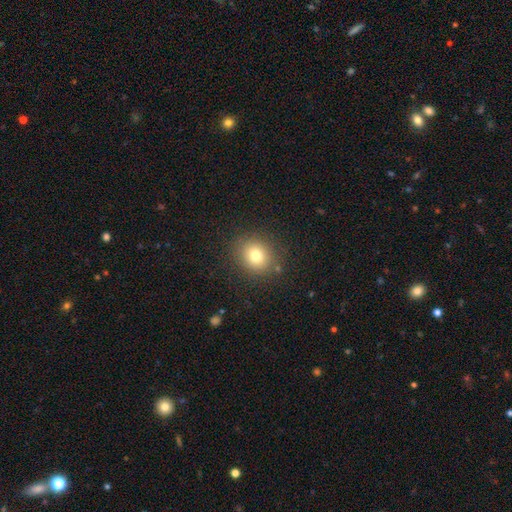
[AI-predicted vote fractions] Morphology: type=smooth (77%); roundness=round (76%); merging=none (86%).